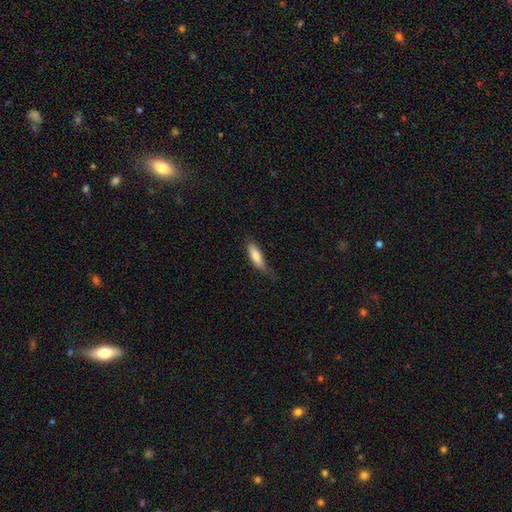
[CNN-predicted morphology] Smooth or featured? smooth (80%)
How rounded? cigar-shaped (56%)
Merging? none (57%)